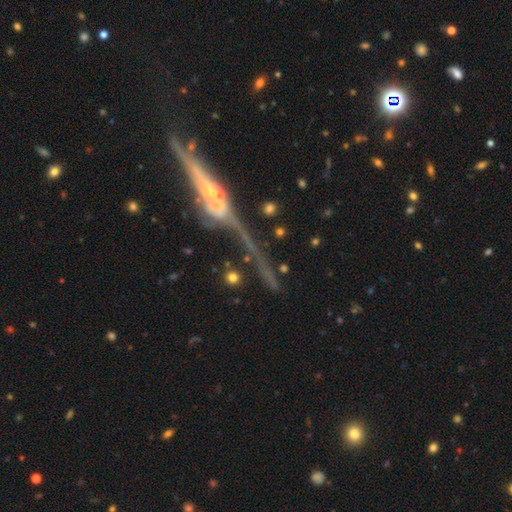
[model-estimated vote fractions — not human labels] Morphology: type=featured or disk (79%); edge-on=yes (84%); edge-on bulge=rounded (83%); merging=none (50%).